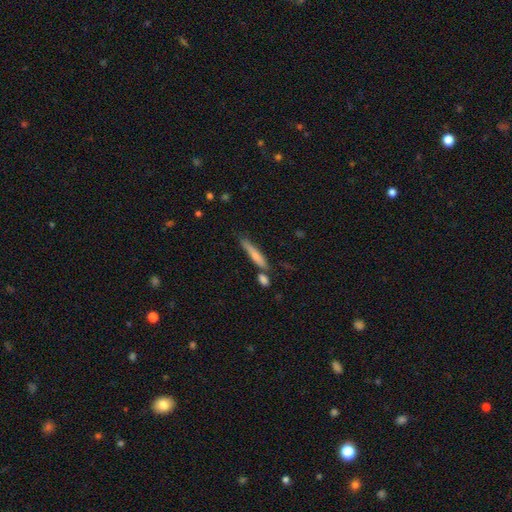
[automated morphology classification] Smooth or featured?
  - smooth: 67% *
  - featured or disk: 27%
  - star or artifact: 7%
How rounded?
  - cigar-shaped: 90% *
  - in between: 8%
  - round: 2%
Merging?
  - none: 62% *
  - minor disturbance: 18%
  - merger: 15%
  - major disturbance: 5%